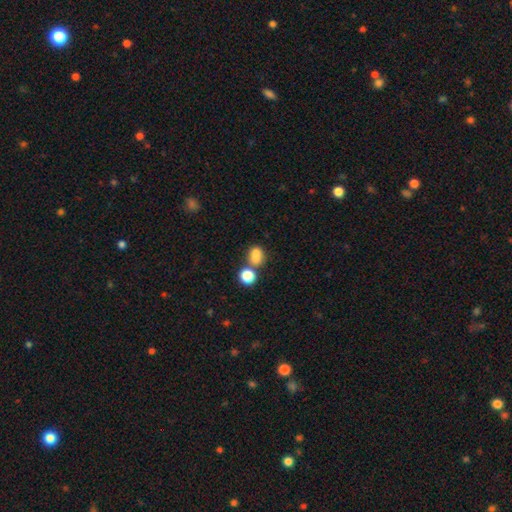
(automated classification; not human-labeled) Q: Smooth or featured?
A: smooth (77%); runner-up: star or artifact (14%)
Q: How rounded?
A: in between (50%); runner-up: round (48%)
Q: Merging?
A: none (46%); runner-up: merger (37%)